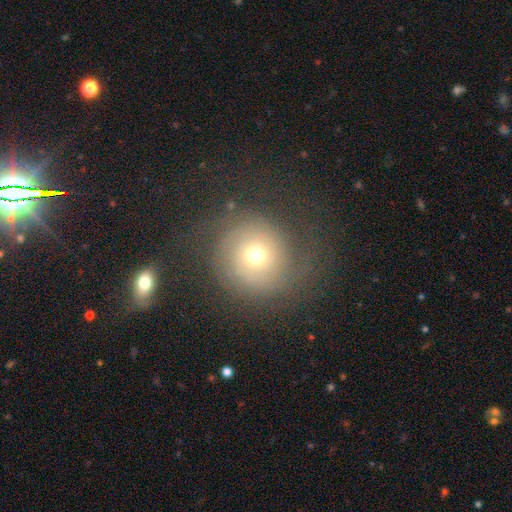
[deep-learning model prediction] A smooth galaxy with no disk features (48%).

Vote fractions:
- Smooth or featured? smooth: 48% / featured or disk: 39% / star or artifact: 13%
- Merging? none: 68% / minor disturbance: 15% / major disturbance: 15% / merger: 2%